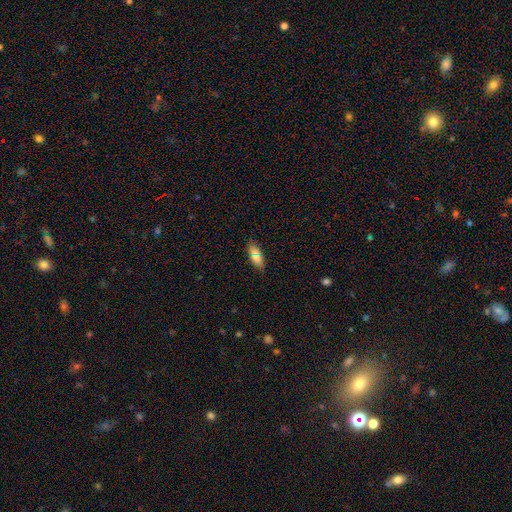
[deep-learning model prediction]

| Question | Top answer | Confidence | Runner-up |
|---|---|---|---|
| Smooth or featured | smooth | 74% | featured or disk (16%) |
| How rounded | in between | 73% | cigar-shaped (24%) |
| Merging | none | 84% | minor disturbance (12%) |